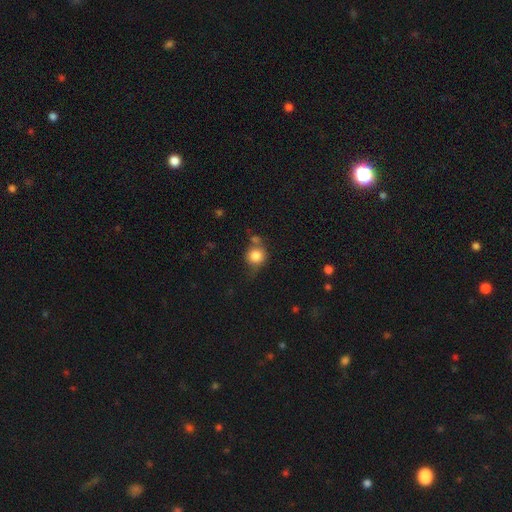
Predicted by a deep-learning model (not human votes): This appears to be a smooth galaxy with no disk features (81%) that is round (87%). Merging: none (56%).